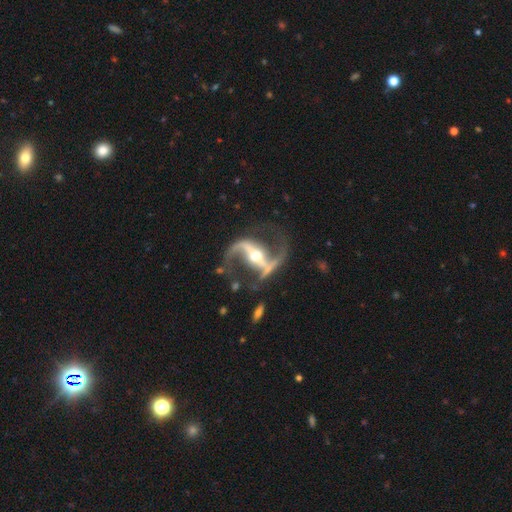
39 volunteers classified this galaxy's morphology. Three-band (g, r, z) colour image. It shows a featured or disk galaxy (92%) with a strong bar (82%), 2 (97%) loose (53%) spiral arms (91%) and a moderate central bulge (70%). Merging: none (68%).